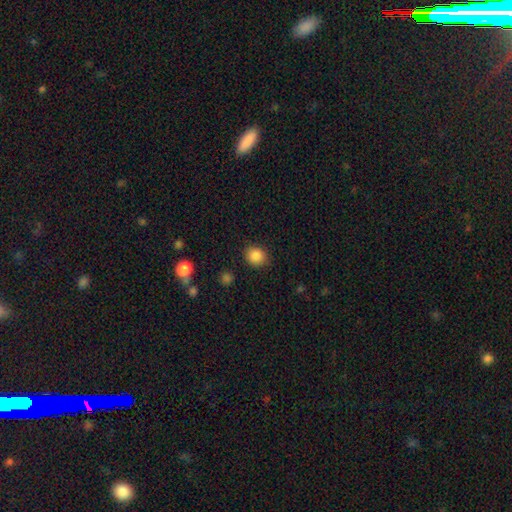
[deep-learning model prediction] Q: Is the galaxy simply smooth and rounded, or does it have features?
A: smooth — 86%.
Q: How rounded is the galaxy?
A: round — 80%.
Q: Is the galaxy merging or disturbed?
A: none — 88%.